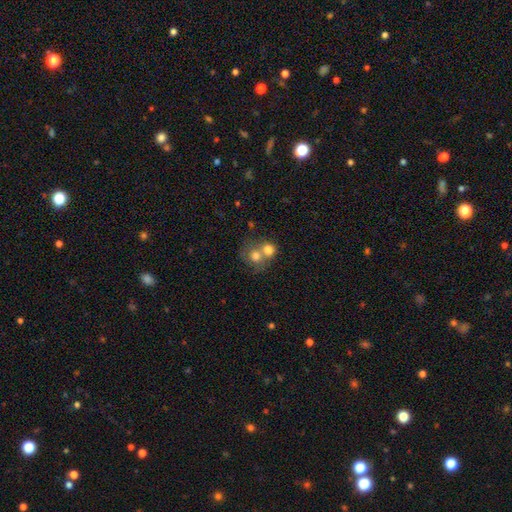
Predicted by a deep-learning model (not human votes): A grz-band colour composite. It shows a smooth galaxy with no disk features (70%) that is round (77%). Merging: merger (61%).